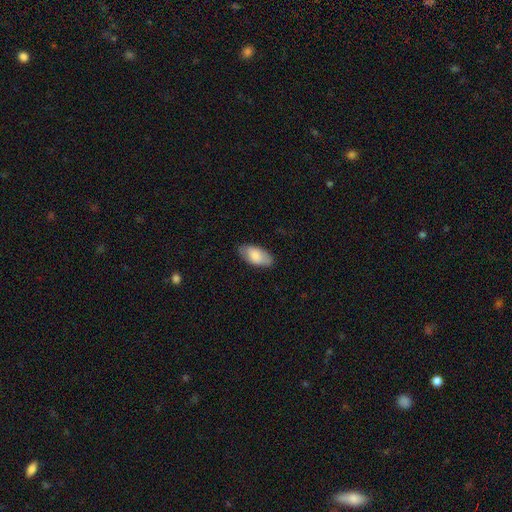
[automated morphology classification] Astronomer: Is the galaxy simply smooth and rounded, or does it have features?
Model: smooth — 82%.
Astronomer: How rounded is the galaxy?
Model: in between — 93%.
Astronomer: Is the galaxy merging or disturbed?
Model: none — 82%.